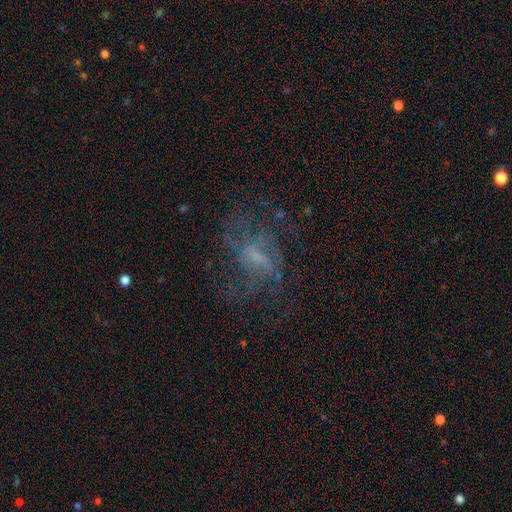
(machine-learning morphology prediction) The model was most divided on "bar": weak: 45%, no: 43%, strong: 12%. Remaining: edge-on disk — no (96%); spiral arms — yes (65%); smooth or featured — featured or disk (64%); merging — none (50%); bulge size — small (42%).